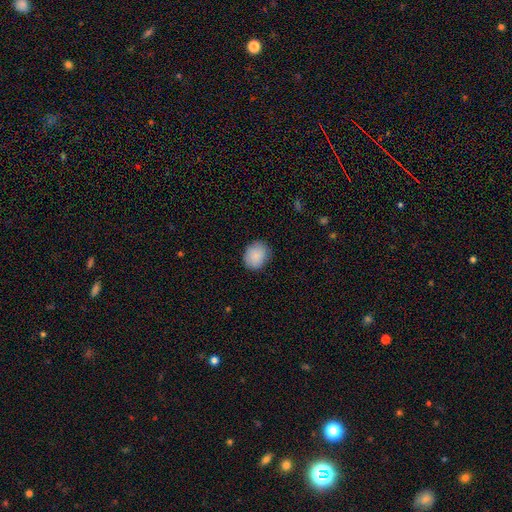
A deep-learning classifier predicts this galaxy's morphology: Smooth or featured? Predicted: smooth (p=0.89). How rounded? Predicted: round (p=0.58). Merging? Predicted: none (p=0.84).